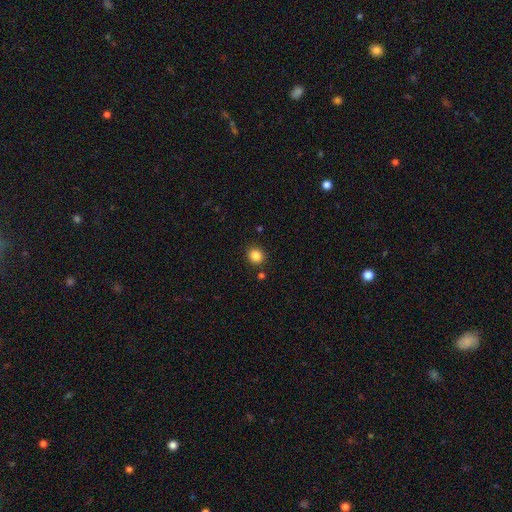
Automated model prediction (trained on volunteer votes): This appears to be a smooth galaxy with no disk features (85%) that is round (77%). Merging: none (87%).